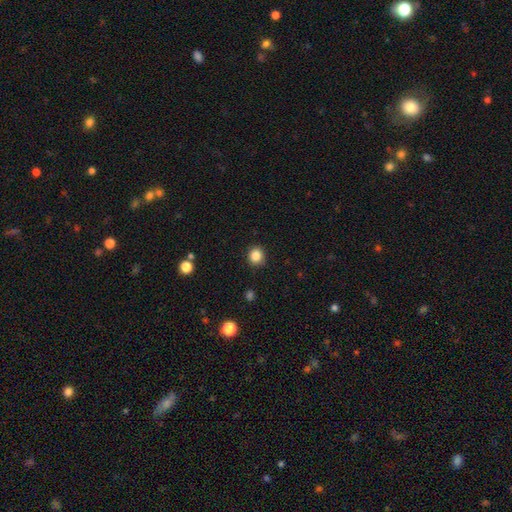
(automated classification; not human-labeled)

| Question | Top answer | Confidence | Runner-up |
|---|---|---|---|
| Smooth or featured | smooth | 85% | star or artifact (11%) |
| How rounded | round | 88% | in between (11%) |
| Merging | none | 89% | minor disturbance (7%) |